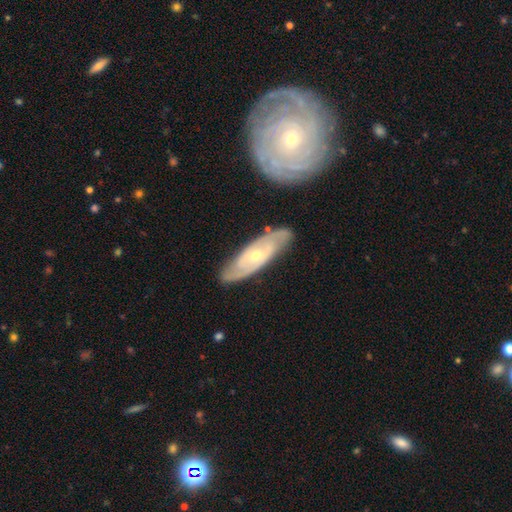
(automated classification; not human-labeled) The model was most divided on "bulge size": small: 54%, moderate: 43%, large: 1%, none: 1%, dominant: 1%. More confident: spiral arms — yes (89%); edge-on disk — no (82%); merging — none (80%); smooth or featured — featured or disk (76%); bar — no (63%); spiral winding — tight (54%); spiral arm count — 2 (54%).